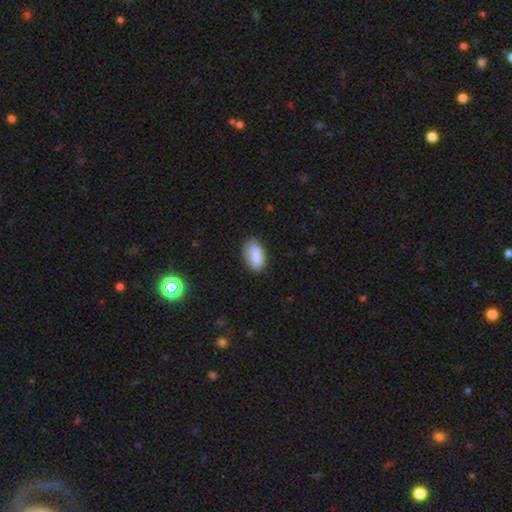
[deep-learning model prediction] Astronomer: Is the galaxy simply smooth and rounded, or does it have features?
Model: smooth — 84%.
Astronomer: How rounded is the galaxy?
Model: in between — 91%.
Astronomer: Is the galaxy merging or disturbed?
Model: none — 73%.